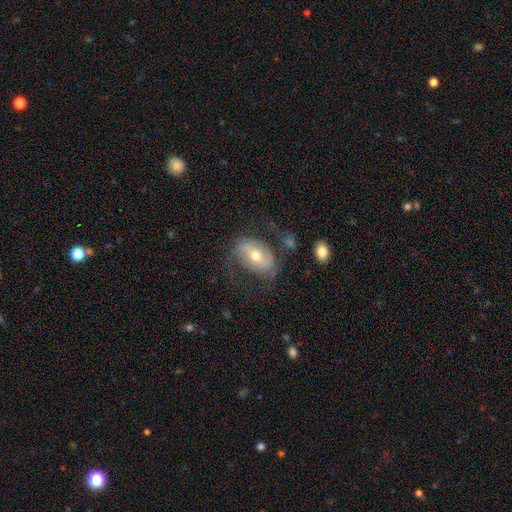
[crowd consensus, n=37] Volunteers were most divided on "merging": none: 37%, major disturbance: 31%, minor disturbance: 20%, merger: 11%. Remaining: edge-on disk — no (92%); bulge size — moderate (86%); spiral arm count — 2 (69%); smooth or featured — featured or disk (65%); spiral winding — medium (62%); spiral arms — yes (59%); bar — strong (41%).